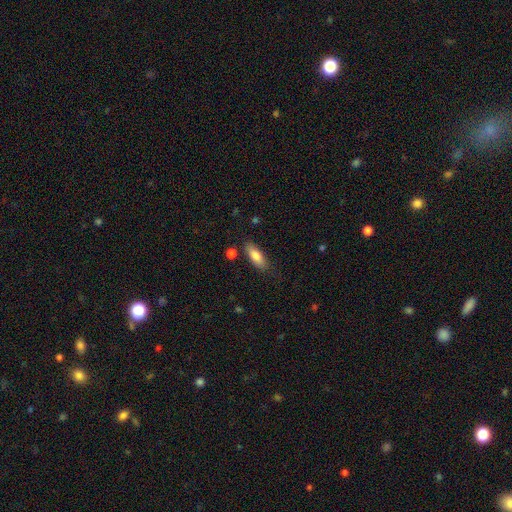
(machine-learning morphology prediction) smooth_or_featured: smooth (p=0.80) [alt: featured or disk p=0.13]
how_rounded: in between (p=0.71) [alt: cigar-shaped p=0.27]
merging: none (p=0.79) [alt: minor disturbance p=0.14]